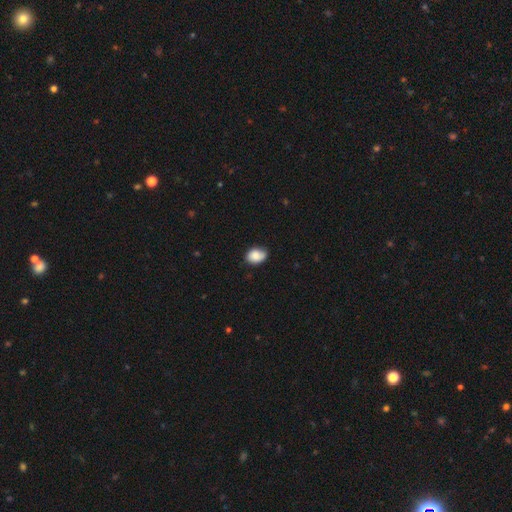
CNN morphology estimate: This is clearly a smooth galaxy (83%). How rounded: likely in between (71%). Merging: likely none (68%).